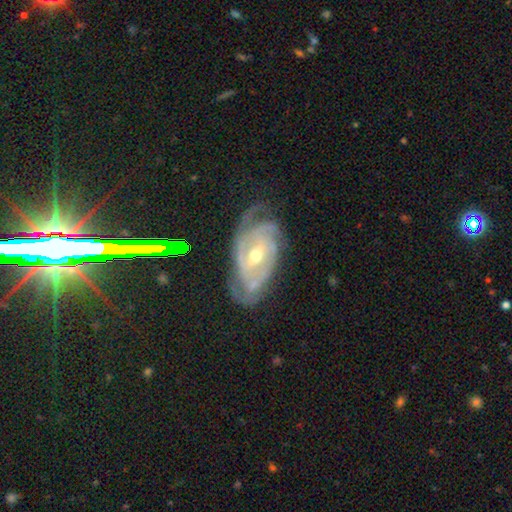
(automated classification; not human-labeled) Smooth or featured: featured or disk — 87% (smooth — 7%)
Edge-on disk: no — 95% (yes — 5%)
Bar: weak — 44% (no — 32%)
Spiral arms: yes — 95% (no — 5%)
Spiral winding: tight — 59% (medium — 33%)
Spiral arm count: 2 — 31% (can't tell — 26%)
Bulge size: moderate — 52% (small — 45%)
Merging: none — 60% (minor disturbance — 24%)